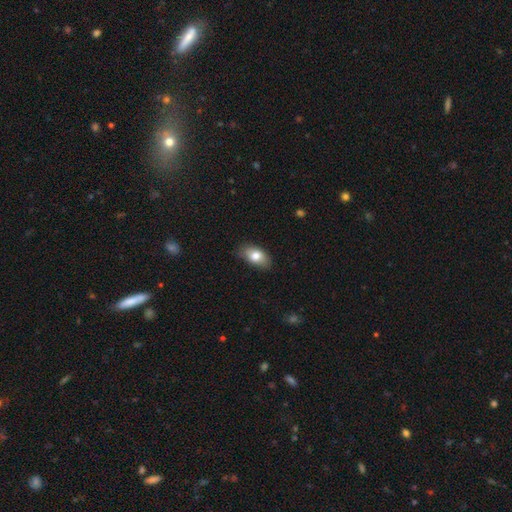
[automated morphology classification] smooth-or-featured: smooth: 77% | featured or disk: 16% | star or artifact: 7%
  how-rounded: in between: 91% | round: 6% | cigar-shaped: 3%
  merging: none: 79% | minor disturbance: 17% | major disturbance: 3% | merger: 1%